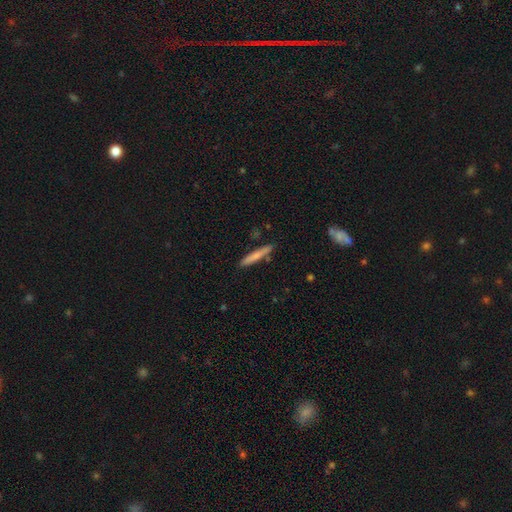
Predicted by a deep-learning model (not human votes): Q: Smooth or featured?
A: smooth (68%); runner-up: featured or disk (27%)
Q: How rounded?
A: cigar-shaped (95%); runner-up: in between (4%)
Q: Merging?
A: none (85%); runner-up: minor disturbance (9%)